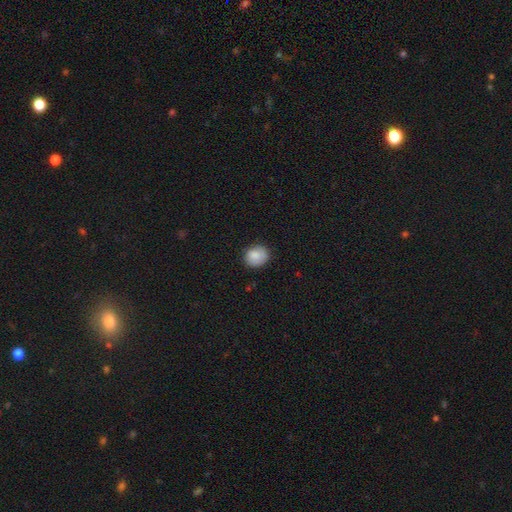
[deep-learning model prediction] Smooth or featured: smooth — 87% (star or artifact — 8%)
How rounded: round — 67% (in between — 32%)
Merging: none — 81% (minor disturbance — 15%)